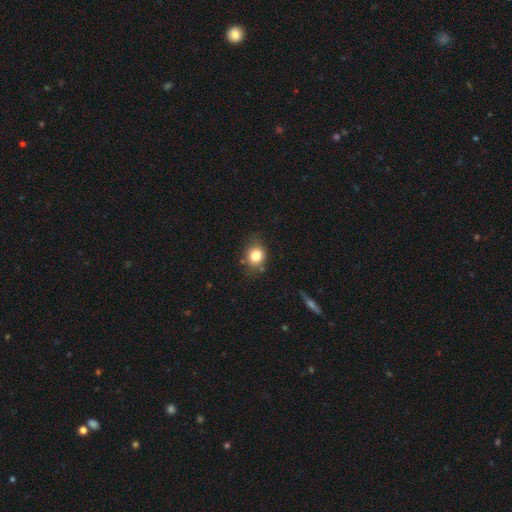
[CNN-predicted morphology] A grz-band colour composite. It shows a smooth galaxy with no disk features (81%) that is round (65%). Merging: none (74%).